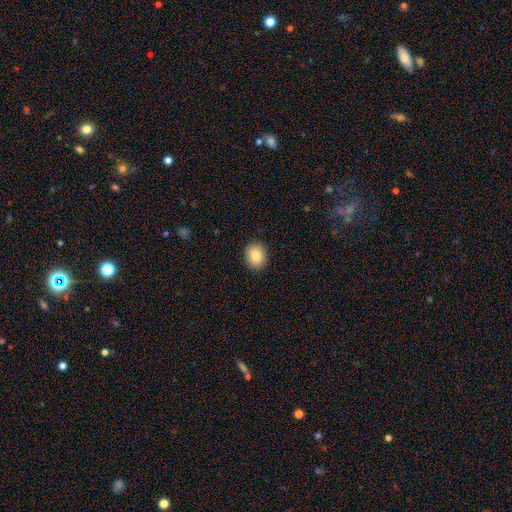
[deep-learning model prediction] Overall: smooth (87%). How rounded: round (61%; in between 38%). Merging: none (90%).